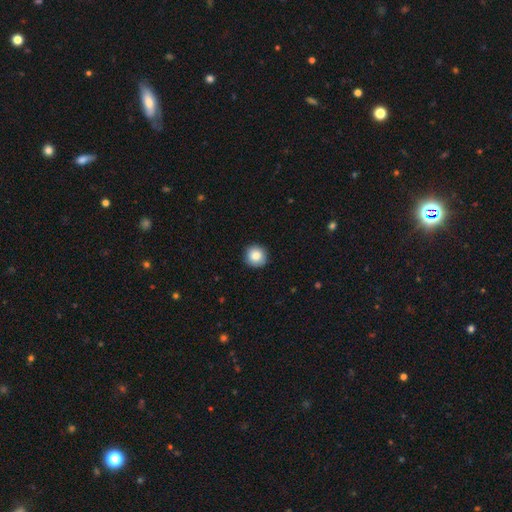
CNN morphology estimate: The model was most divided on "smooth or featured": smooth: 85%, star or artifact: 9%, featured or disk: 6%. More confident: how rounded — round (94%); merging — none (91%).